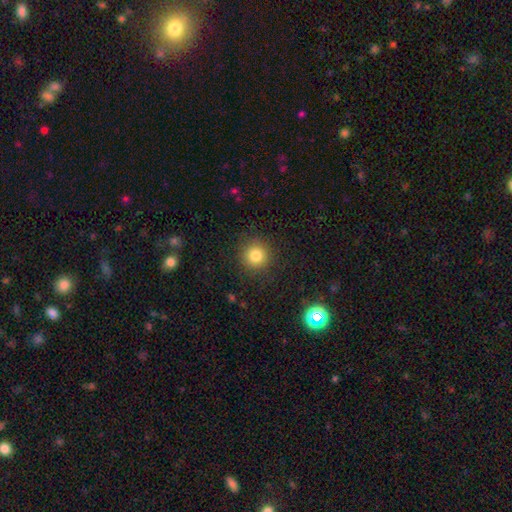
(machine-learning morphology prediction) This appears to be a smooth galaxy with no disk features (82%) that is round (94%). Merging: none (89%).